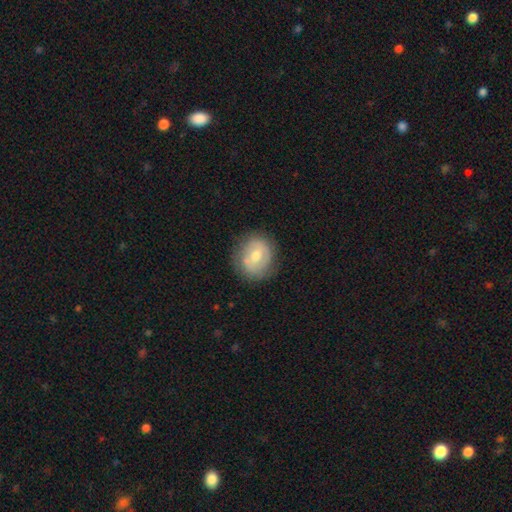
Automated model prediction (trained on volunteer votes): smooth-or-featured: featured or disk: 47% | smooth: 45% | star or artifact: 8%
  merging: none: 80% | minor disturbance: 14% | major disturbance: 5% | merger: 1%